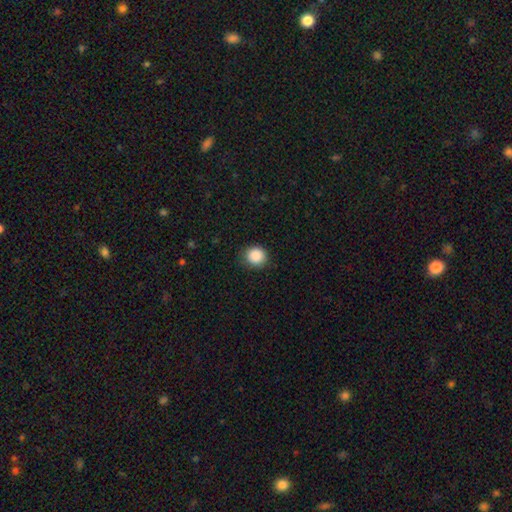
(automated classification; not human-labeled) The model was most divided on "merging": none: 85%, minor disturbance: 11%, major disturbance: 3%, merger: 1%. More confident: how rounded — round (89%); smooth or featured — smooth (88%).